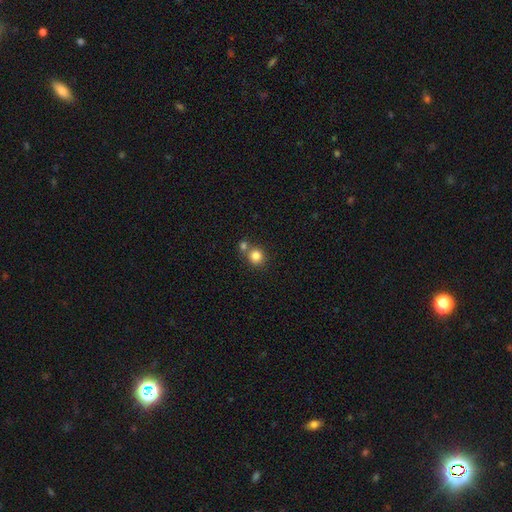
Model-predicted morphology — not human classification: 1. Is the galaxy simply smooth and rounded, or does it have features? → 83% smooth, 11% star or artifact, 6% featured or disk.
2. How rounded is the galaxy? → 89% round, 10% in between, 1% cigar-shaped.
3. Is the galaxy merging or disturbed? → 60% none, 30% merger, 7% minor disturbance, 3% major disturbance.